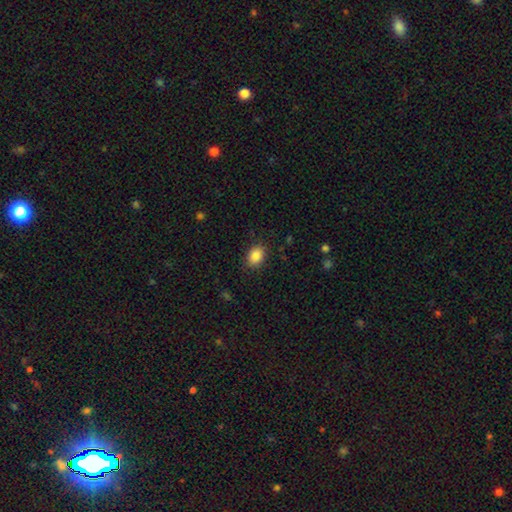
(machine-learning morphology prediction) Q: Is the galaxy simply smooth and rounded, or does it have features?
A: smooth — 87%.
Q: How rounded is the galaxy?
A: in between — 70%.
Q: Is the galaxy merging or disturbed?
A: none — 86%.